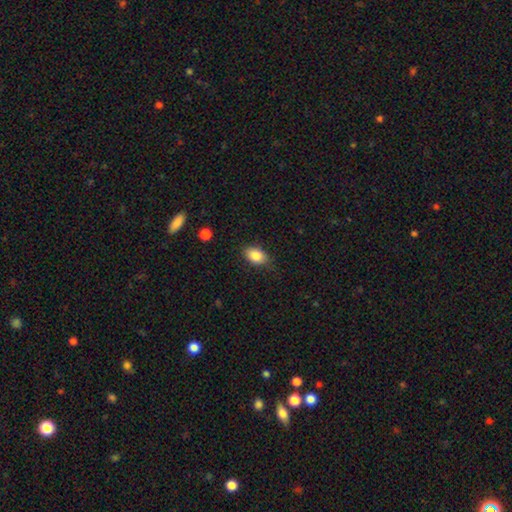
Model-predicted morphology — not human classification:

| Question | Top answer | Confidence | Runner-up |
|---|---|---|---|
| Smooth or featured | smooth | 85% | star or artifact (8%) |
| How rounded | in between | 85% | round (14%) |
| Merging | none | 82% | minor disturbance (14%) |